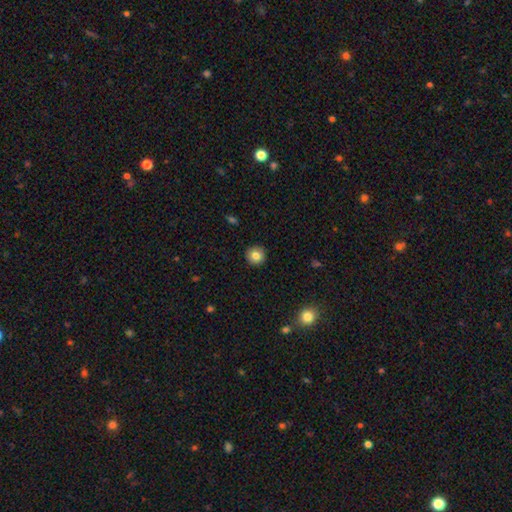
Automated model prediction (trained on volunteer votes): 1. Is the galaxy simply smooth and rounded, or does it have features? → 82% smooth, 10% star or artifact, 8% featured or disk.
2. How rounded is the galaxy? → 95% round, 4% in between, 1% cigar-shaped.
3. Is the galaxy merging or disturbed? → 93% none, 5% minor disturbance, 2% major disturbance, 1% merger.